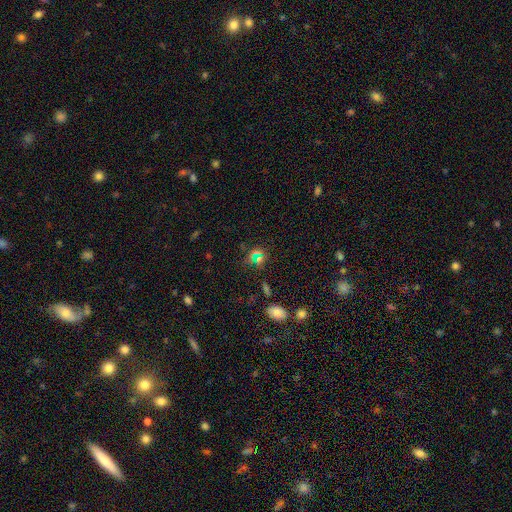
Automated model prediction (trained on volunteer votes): Q: Smooth or featured?
A: star or artifact (46%); runner-up: smooth (43%)